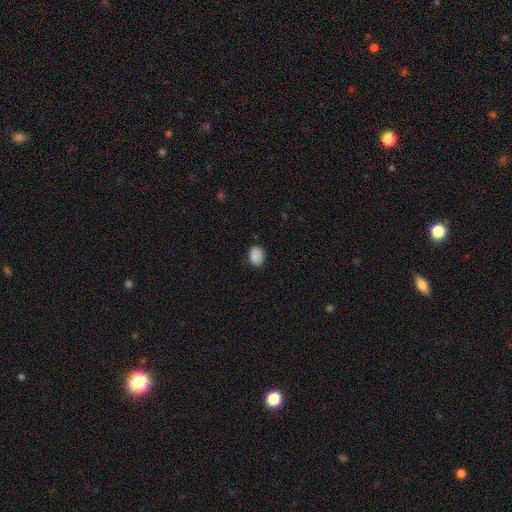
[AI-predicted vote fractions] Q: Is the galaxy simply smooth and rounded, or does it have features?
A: smooth — 88%.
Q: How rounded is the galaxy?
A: in between — 69%.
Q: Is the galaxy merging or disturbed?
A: none — 80%.